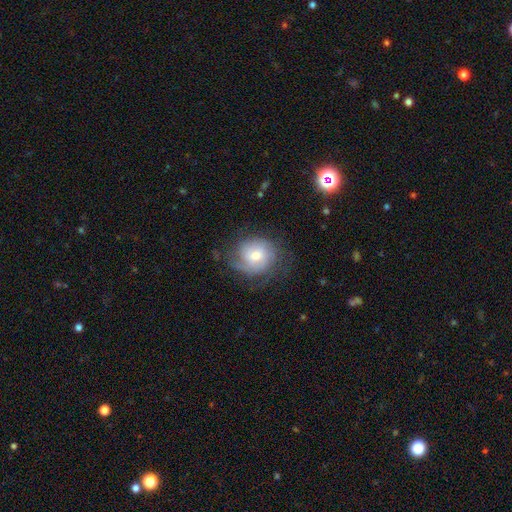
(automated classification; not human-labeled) A featured or disk galaxy (61%) with no bar (66%), tight (54%) spiral arms (86%) and a moderate central bulge (51%). Merging: none (65%).